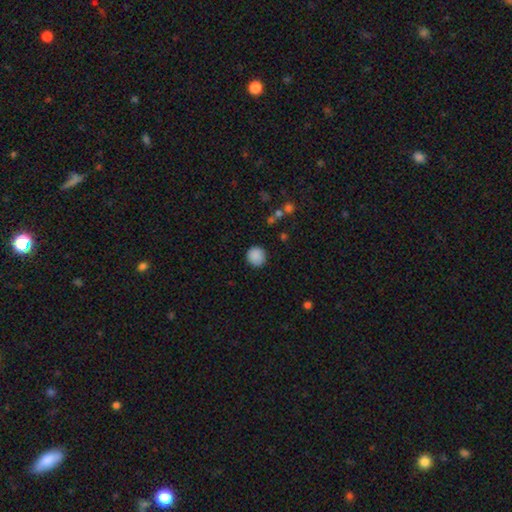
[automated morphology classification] The model was most divided on "smooth or featured": smooth: 88%, star or artifact: 8%, featured or disk: 3%. More confident: how rounded — round (94%); merging — none (90%).